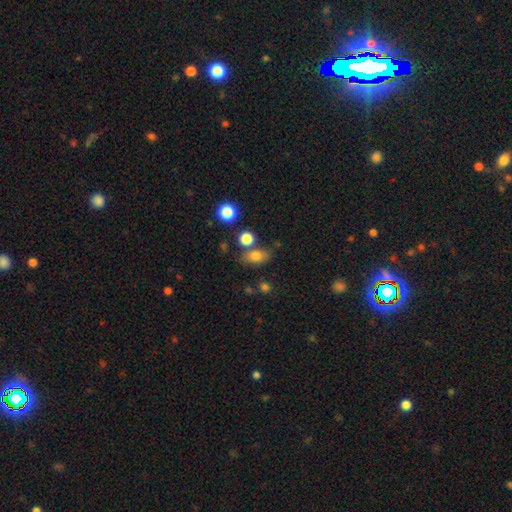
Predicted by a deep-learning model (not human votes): smooth-or-featured: smooth: 77% | featured or disk: 12% | star or artifact: 12%
  how-rounded: in between: 76% | round: 20% | cigar-shaped: 4%
  merging: none: 69% | minor disturbance: 14% | merger: 12% | major disturbance: 5%